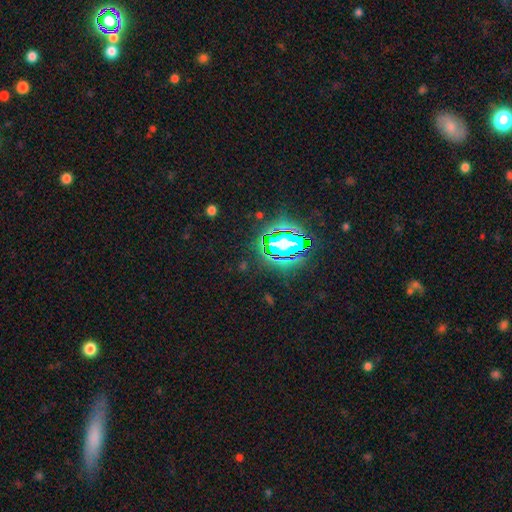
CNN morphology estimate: Smooth or featured? star or artifact (82%)